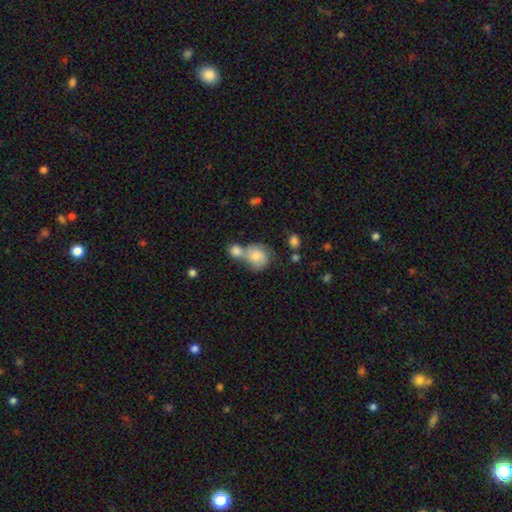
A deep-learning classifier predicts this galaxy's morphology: Q: Smooth or featured?
A: smooth (68%); runner-up: featured or disk (24%)
Q: How rounded?
A: round (75%); runner-up: in between (24%)
Q: Merging?
A: merger (51%); runner-up: none (32%)